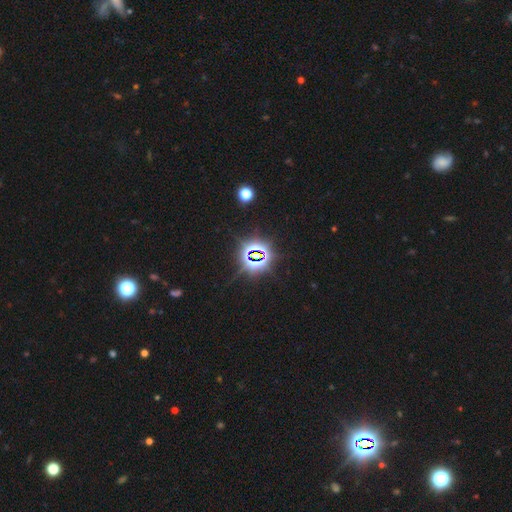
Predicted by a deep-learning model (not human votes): star or artifact 82%, smooth 10%, featured or disk 8%.